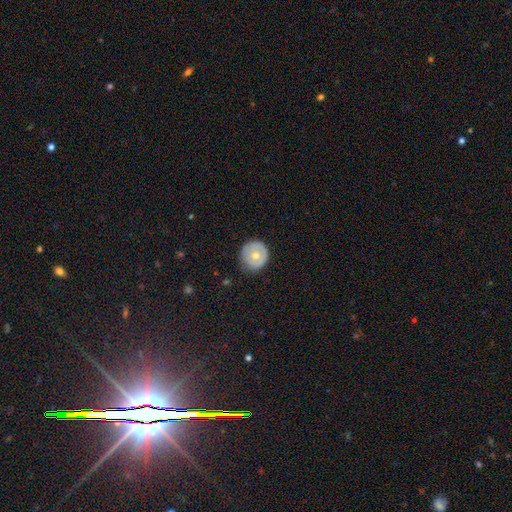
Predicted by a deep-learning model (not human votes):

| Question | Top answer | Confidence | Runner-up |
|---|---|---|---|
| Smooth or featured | smooth | 56% | featured or disk (37%) |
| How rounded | round | 92% | in between (7%) |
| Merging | none | 85% | minor disturbance (12%) |